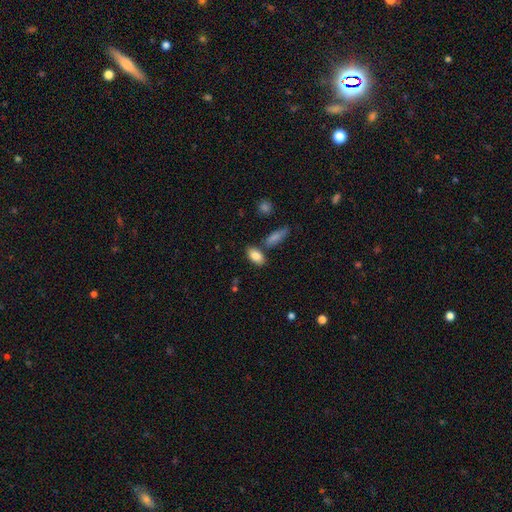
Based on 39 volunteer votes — Morphology: type=smooth (90%); roundness=in between (86%); merging=none (75%).